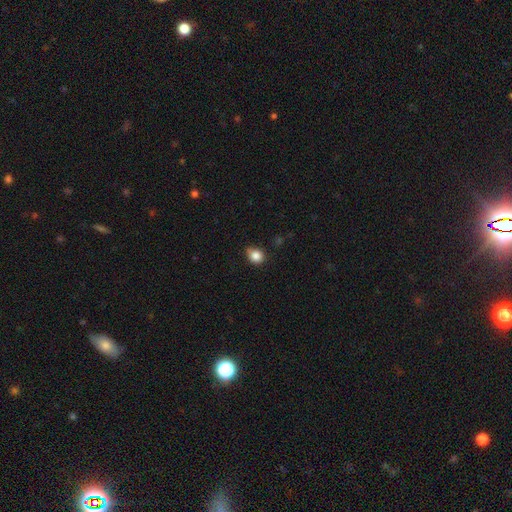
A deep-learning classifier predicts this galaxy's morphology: smooth_or_featured: smooth (p=0.84) [alt: star or artifact p=0.10]
how_rounded: round (p=0.70) [alt: in between p=0.29]
merging: none (p=0.69) [alt: minor disturbance p=0.25]